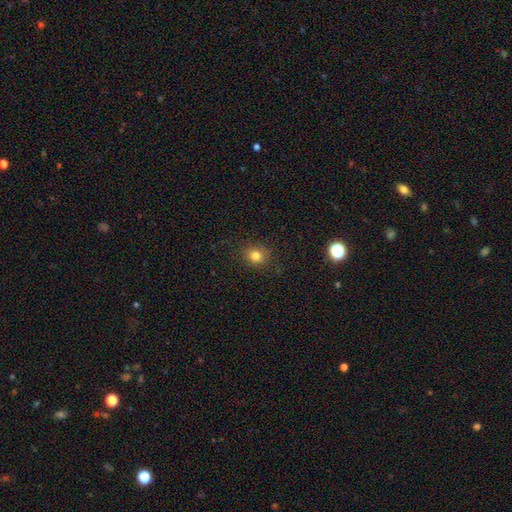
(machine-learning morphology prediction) Smooth or featured?
  - smooth: 80% *
  - star or artifact: 13%
  - featured or disk: 6%
How rounded?
  - round: 73% *
  - in between: 26%
  - cigar-shaped: 1%
Merging?
  - none: 86% *
  - minor disturbance: 10%
  - major disturbance: 3%
  - merger: 1%